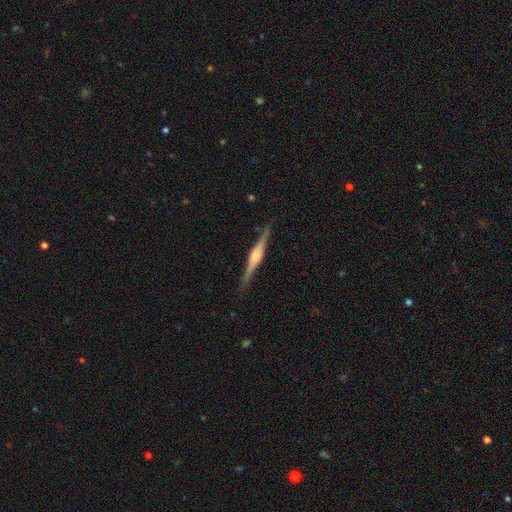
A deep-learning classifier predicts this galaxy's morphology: This appears to be a featured or disk galaxy (80%) viewed edge-on (98%) with a rounded central bulge (71%). Merging: none (89%).